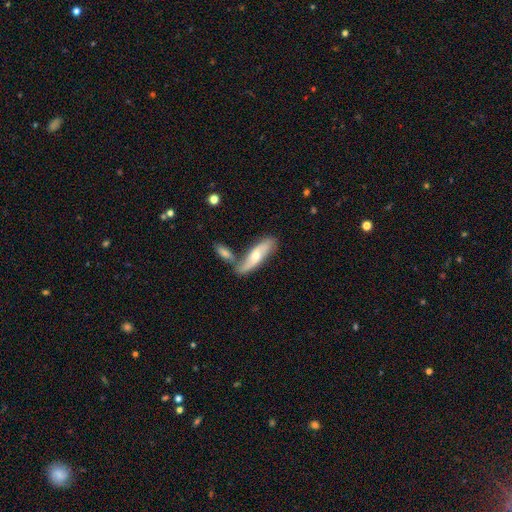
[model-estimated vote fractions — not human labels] Smooth or featured? featured or disk (55%)
Edge-on disk? no (70%)
Merging? none (47%)